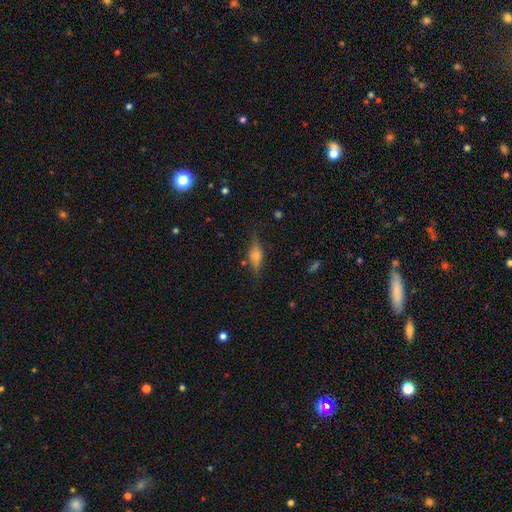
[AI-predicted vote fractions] The model was most divided on "smooth or featured": featured or disk: 47%, smooth: 43%, star or artifact: 10%. More confident: merging — none (77%).